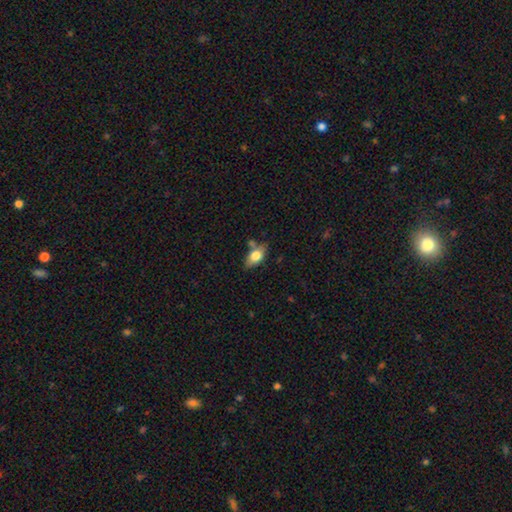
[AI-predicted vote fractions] smooth_or_featured: smooth (p=0.72) [alt: featured or disk p=0.21]
how_rounded: in between (p=0.85) [alt: round p=0.09]
merging: none (p=0.61) [alt: minor disturbance p=0.21]